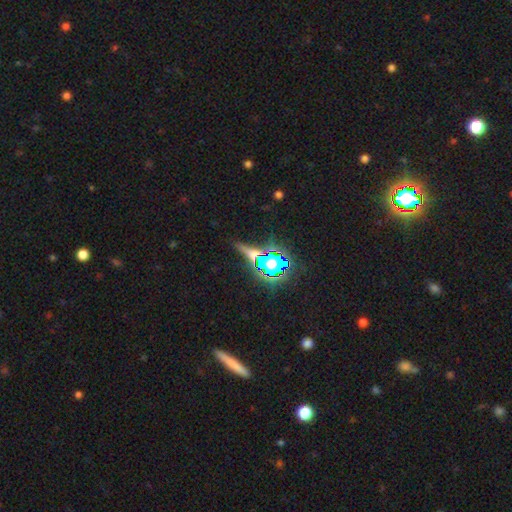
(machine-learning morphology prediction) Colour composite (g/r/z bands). It shows a star or artifact, not a galaxy (51%).